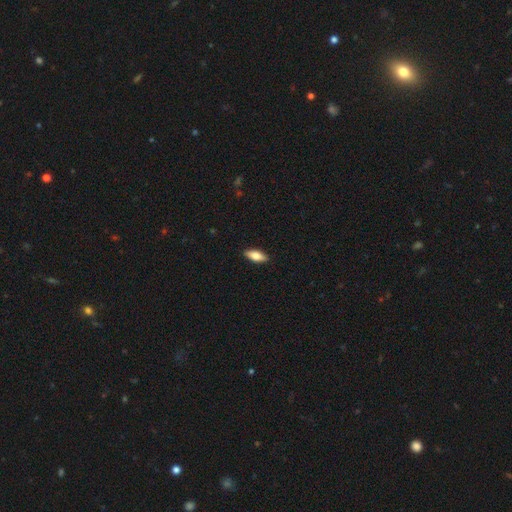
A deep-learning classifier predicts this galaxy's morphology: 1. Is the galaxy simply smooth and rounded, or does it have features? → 75% smooth, 19% featured or disk, 6% star or artifact.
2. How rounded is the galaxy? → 76% in between, 22% cigar-shaped, 2% round.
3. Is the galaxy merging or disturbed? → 89% none, 8% minor disturbance, 2% major disturbance, 1% merger.